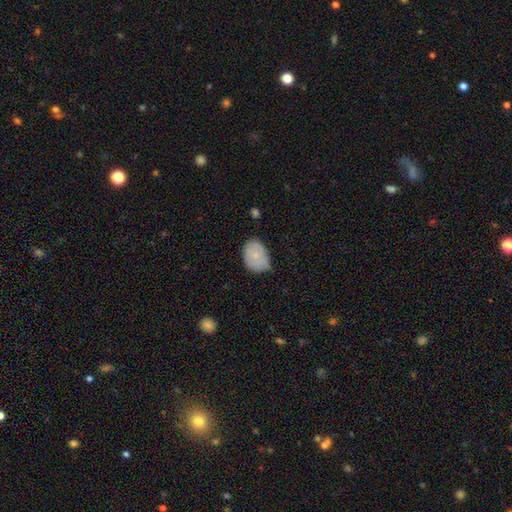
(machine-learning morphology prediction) Q: Smooth or featured?
A: smooth (78%); runner-up: featured or disk (15%)
Q: How rounded?
A: in between (77%); runner-up: round (22%)
Q: Merging?
A: none (61%); runner-up: minor disturbance (32%)